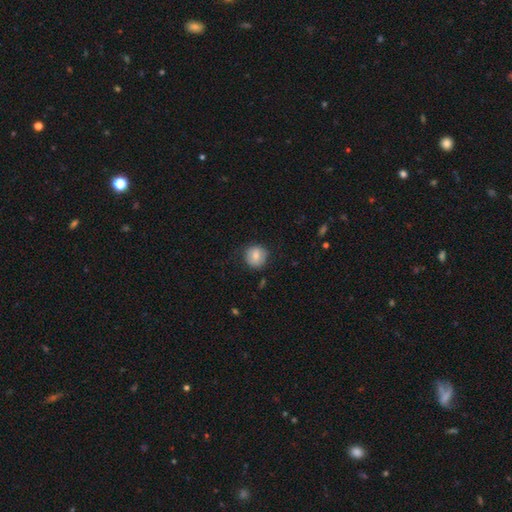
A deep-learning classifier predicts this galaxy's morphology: Smooth or featured: smooth — 77% (featured or disk — 14%)
How rounded: round — 90% (in between — 9%)
Merging: none — 80% (minor disturbance — 15%)